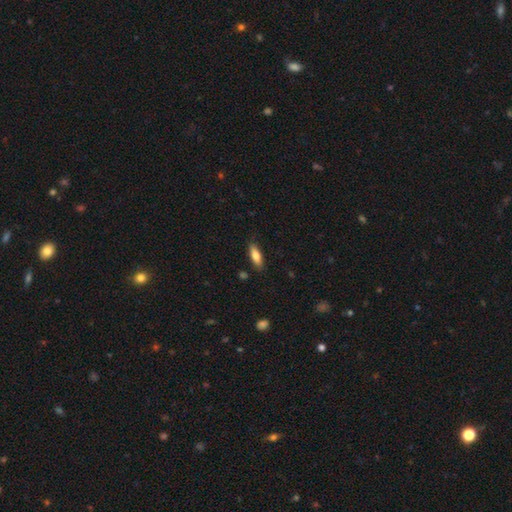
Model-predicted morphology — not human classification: type=smooth (76%); roundness=in between (58%); merging=none (85%).